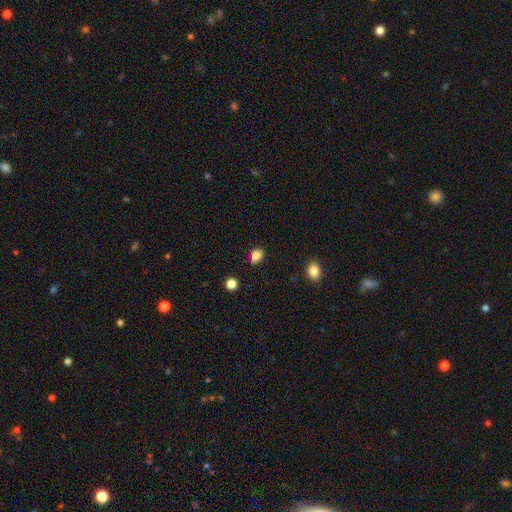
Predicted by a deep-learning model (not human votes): Smooth or featured: smooth — 85% (star or artifact — 11%)
How rounded: in between — 59% (round — 40%)
Merging: none — 74% (minor disturbance — 19%)